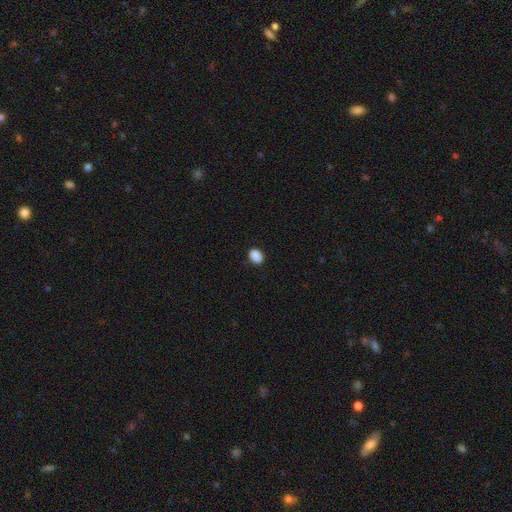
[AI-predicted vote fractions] This appears to be a smooth galaxy with no disk features (89%) that is in between round and cigar-shaped (70%). Merging: none (87%).